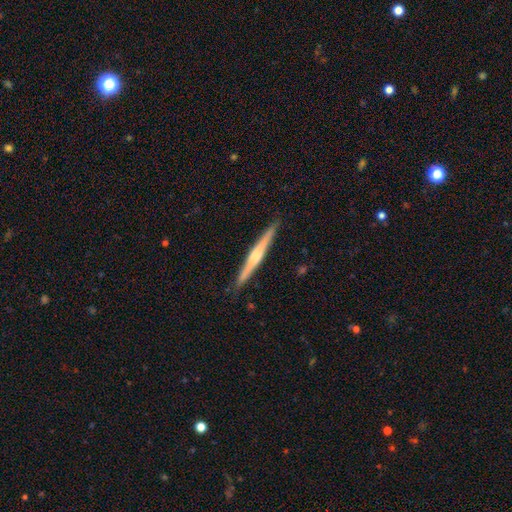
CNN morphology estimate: This is likely a featured or disk galaxy (64%). It is clearly viewed edge-on (98%). Edge-on bulge: likely rounded (66%). Merging: clearly none (90%).